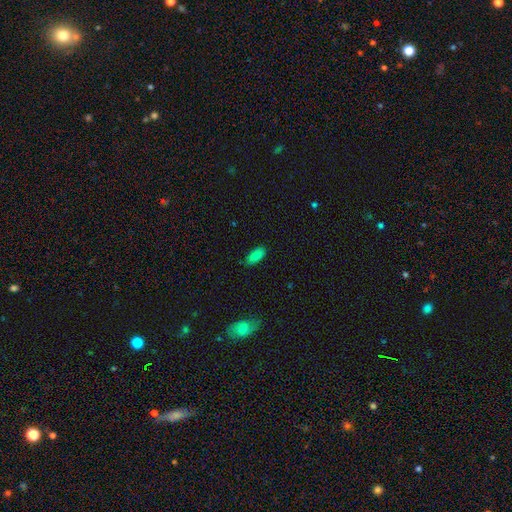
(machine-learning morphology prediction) This is clearly a smooth galaxy (83%). How rounded: clearly in between (89%). Merging: clearly none (81%).